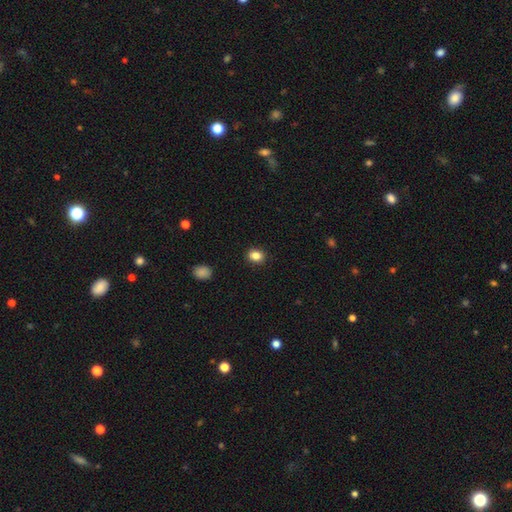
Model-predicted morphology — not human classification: Overall: smooth (84%). How rounded: round (57%; in between 42%). Merging: none (90%).